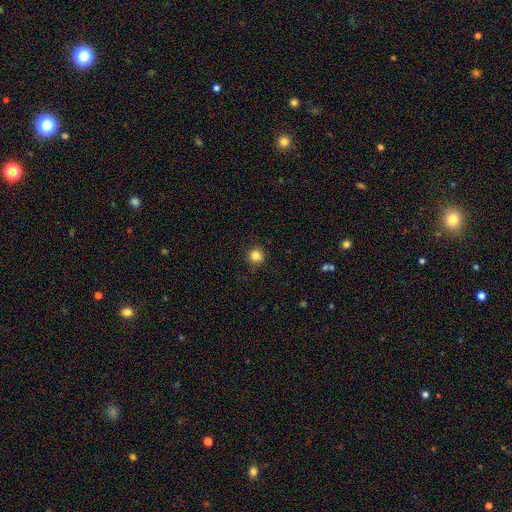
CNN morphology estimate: type=smooth (83%); roundness=round (94%); merging=none (90%).